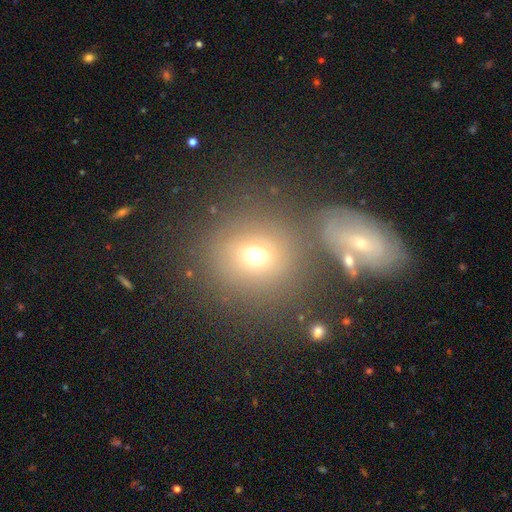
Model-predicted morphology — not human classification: A smooth galaxy with no disk features (68%) that is round (81%).

Vote fractions:
- Smooth or featured? smooth: 68% / featured or disk: 18% / star or artifact: 15%
- How rounded? round: 81% / in between: 18% / cigar-shaped: 1%
- Merging? none: 62% / merger: 19% / minor disturbance: 11% / major disturbance: 7%